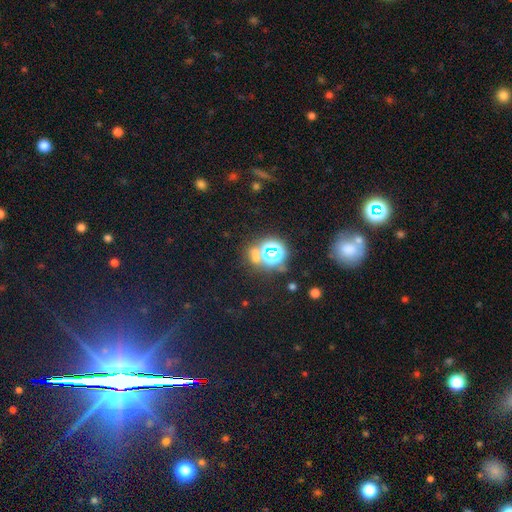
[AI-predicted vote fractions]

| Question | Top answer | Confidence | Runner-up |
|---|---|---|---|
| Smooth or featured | star or artifact | 58% | smooth (31%) |